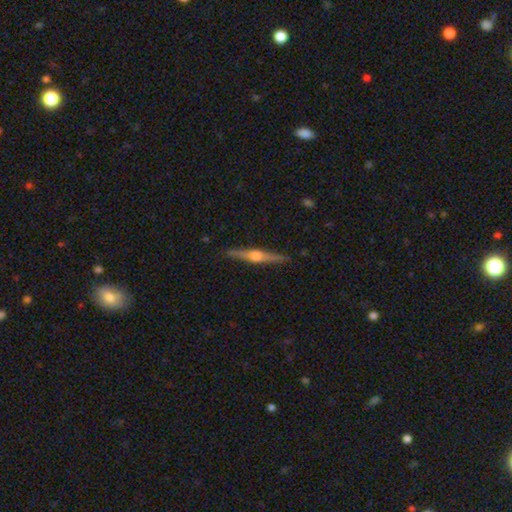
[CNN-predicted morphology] featured or disk 78%, smooth 16%, star or artifact 6%. Down the decision tree: edge-on disk — yes (98%); edge-on bulge — rounded (91%); merging — none (90%).